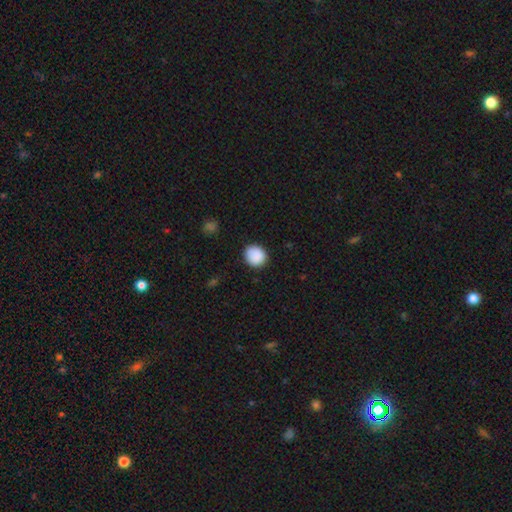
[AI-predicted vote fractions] The model was most divided on "how rounded": round: 84%, in between: 15%, cigar-shaped: 1%. More confident: smooth or featured — smooth (89%); merging — none (87%).